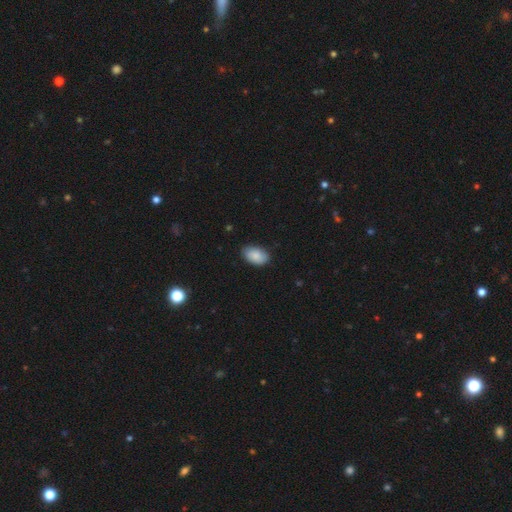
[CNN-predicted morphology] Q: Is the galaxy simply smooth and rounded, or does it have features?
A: smooth — 87%.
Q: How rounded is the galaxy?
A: in between — 92%.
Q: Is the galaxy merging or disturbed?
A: none — 84%.